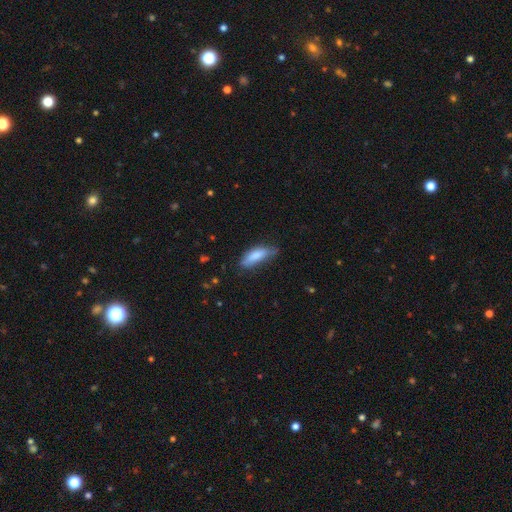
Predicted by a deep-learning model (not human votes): smooth-or-featured: smooth: 80% | featured or disk: 14% | star or artifact: 6%
  how-rounded: in between: 56% | cigar-shaped: 42% | round: 2%
  merging: none: 54% | minor disturbance: 35% | major disturbance: 9% | merger: 2%